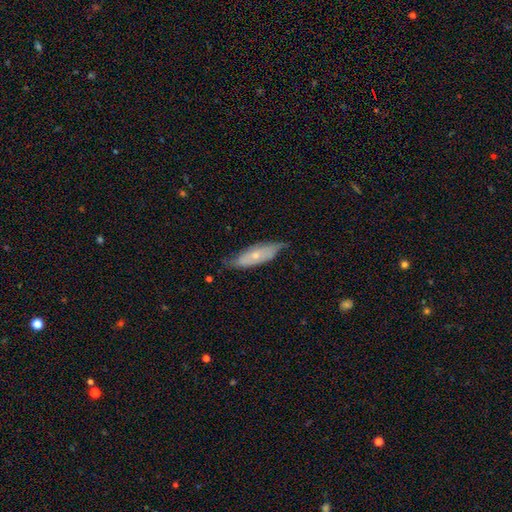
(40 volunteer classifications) This is possibly a smooth galaxy (55%). How rounded: possibly in between (59%). Merging: likely none (67%).